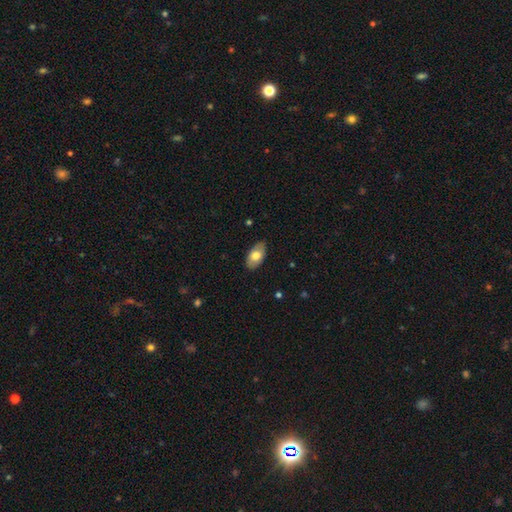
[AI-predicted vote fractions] Morphology: type=smooth (71%); roundness=in between (94%); merging=none (85%).